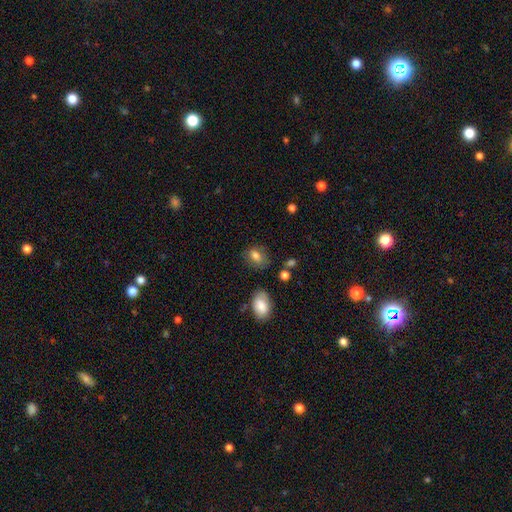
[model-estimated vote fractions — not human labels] A smooth galaxy with no disk features (80%) that is in between round and cigar-shaped (75%).

Vote fractions:
- Smooth or featured? smooth: 80% / featured or disk: 11% / star or artifact: 9%
- How rounded? in between: 75% / round: 23% / cigar-shaped: 2%
- Merging? none: 70% / minor disturbance: 20% / major disturbance: 6% / merger: 4%